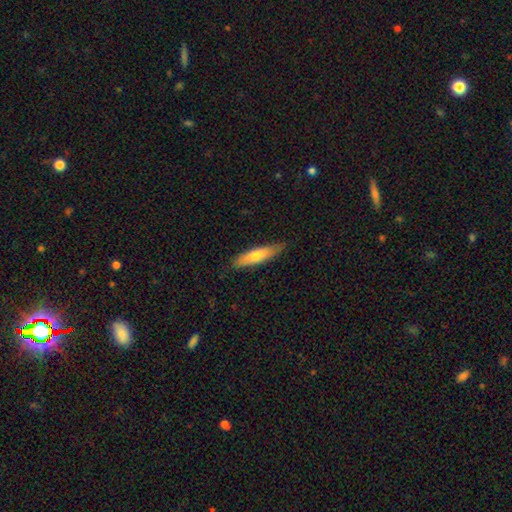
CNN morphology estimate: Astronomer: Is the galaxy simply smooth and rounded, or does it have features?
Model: smooth — 67%.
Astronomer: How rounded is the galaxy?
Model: cigar-shaped — 73%.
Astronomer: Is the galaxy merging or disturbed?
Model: none — 82%.